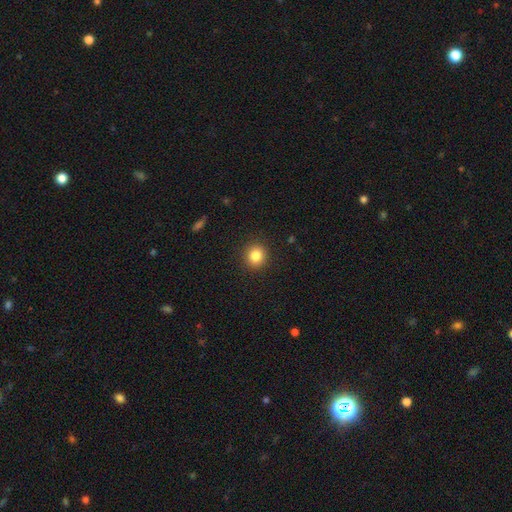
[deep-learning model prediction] Morphology: type=smooth (84%); roundness=round (87%); merging=none (91%).